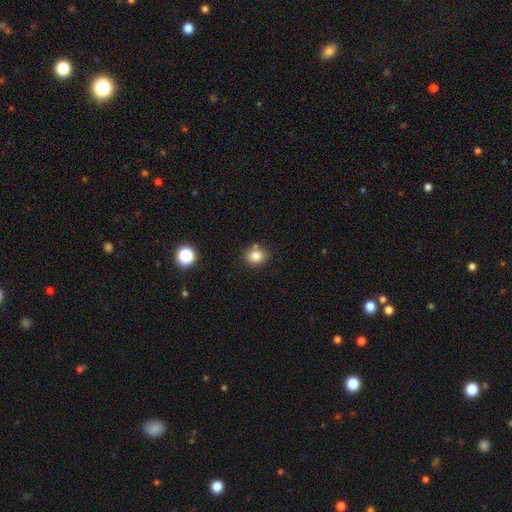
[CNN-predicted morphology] Smooth or featured?
  - smooth: 82% *
  - star or artifact: 11%
  - featured or disk: 6%
How rounded?
  - round: 70% *
  - in between: 29%
  - cigar-shaped: 1%
Merging?
  - none: 76% *
  - minor disturbance: 12%
  - merger: 9%
  - major disturbance: 3%